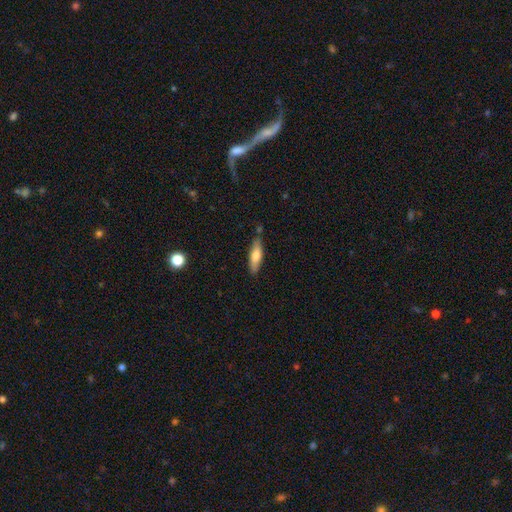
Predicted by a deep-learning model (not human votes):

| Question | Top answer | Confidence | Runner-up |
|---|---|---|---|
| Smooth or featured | smooth | 68% | featured or disk (26%) |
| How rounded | cigar-shaped | 58% | in between (40%) |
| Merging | none | 80% | minor disturbance (14%) |